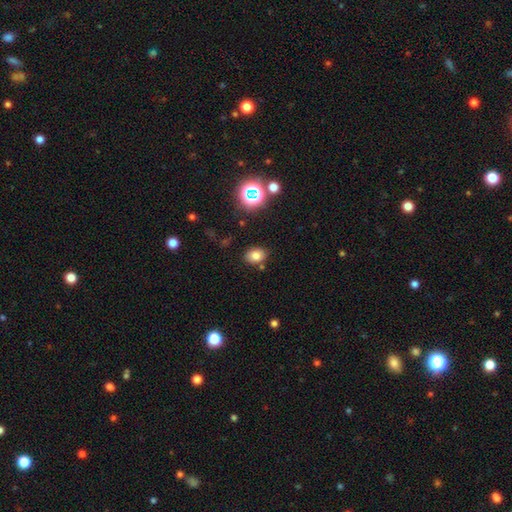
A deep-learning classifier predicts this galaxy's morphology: Smooth or featured?
  - smooth: 77% *
  - star or artifact: 15%
  - featured or disk: 8%
How rounded?
  - in between: 70% *
  - round: 29%
  - cigar-shaped: 1%
Merging?
  - none: 82% *
  - minor disturbance: 11%
  - merger: 5%
  - major disturbance: 3%